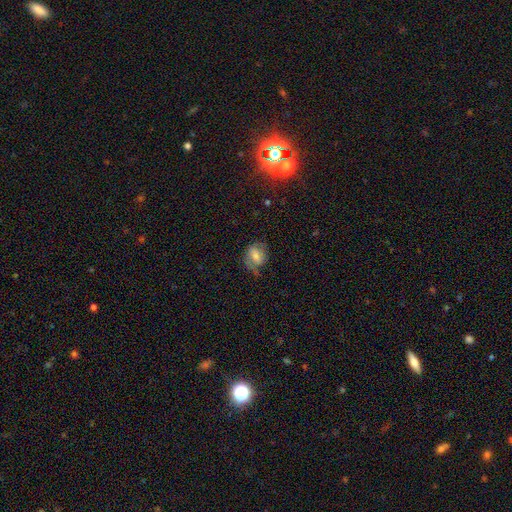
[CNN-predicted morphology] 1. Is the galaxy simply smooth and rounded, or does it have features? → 59% smooth, 32% featured or disk, 9% star or artifact.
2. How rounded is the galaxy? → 58% in between, 41% round, 2% cigar-shaped.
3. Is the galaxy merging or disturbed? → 52% none, 29% minor disturbance, 17% major disturbance, 2% merger.